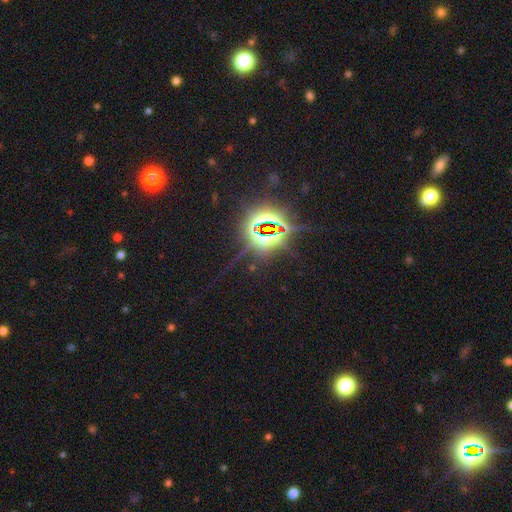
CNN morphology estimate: type=star or artifact (83%).